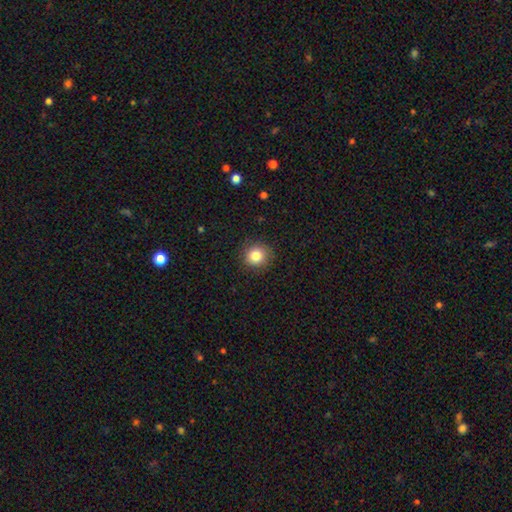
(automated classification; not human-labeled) Smooth or featured?
  - smooth: 84% *
  - star or artifact: 10%
  - featured or disk: 6%
How rounded?
  - round: 89% *
  - in between: 10%
  - cigar-shaped: 1%
Merging?
  - none: 90% *
  - minor disturbance: 7%
  - major disturbance: 2%
  - merger: 1%